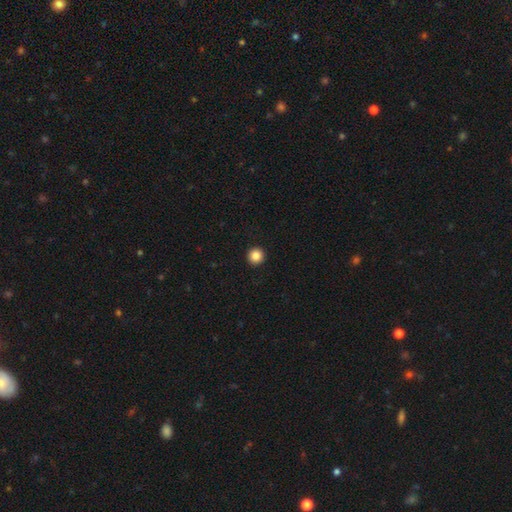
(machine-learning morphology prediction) This is clearly a smooth galaxy (86%). How rounded: clearly round (96%). Merging: clearly none (94%).